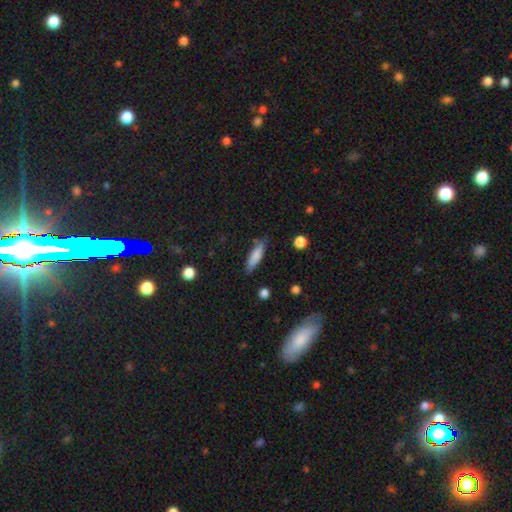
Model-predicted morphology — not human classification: The model was most divided on "how rounded": cigar-shaped: 69%, in between: 30%, round: 2%. More confident: merging — none (80%); smooth or featured — smooth (78%).